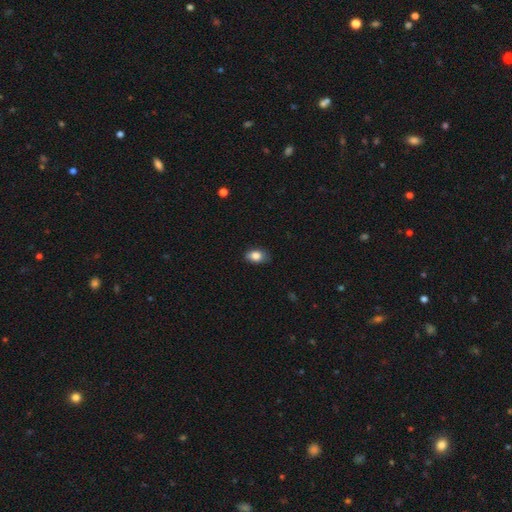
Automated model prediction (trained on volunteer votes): This appears to be a smooth galaxy with no disk features (83%) that is in between round and cigar-shaped (84%). Merging: none (79%).